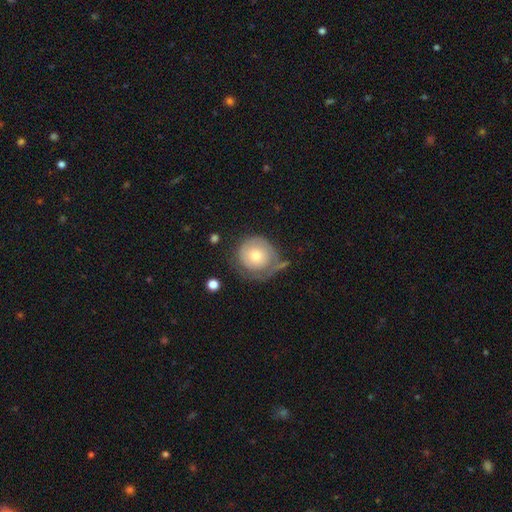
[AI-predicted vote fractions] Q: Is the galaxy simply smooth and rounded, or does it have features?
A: smooth — 55%.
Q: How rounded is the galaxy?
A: round — 89%.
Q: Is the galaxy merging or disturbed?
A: none — 49%.